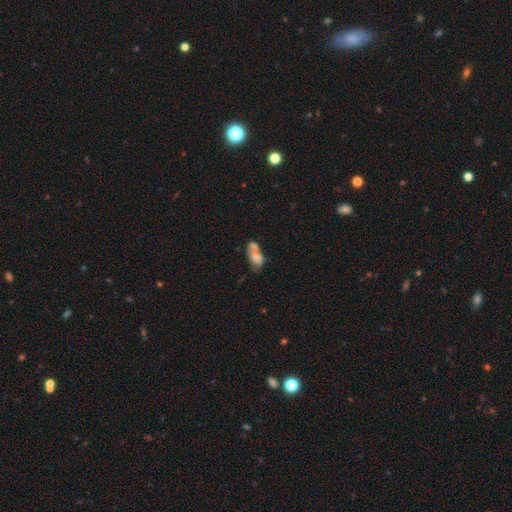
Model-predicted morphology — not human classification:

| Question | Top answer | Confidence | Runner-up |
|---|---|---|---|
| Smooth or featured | smooth | 66% | featured or disk (24%) |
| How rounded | in between | 86% | round (8%) |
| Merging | merger | 54% | none (21%) |